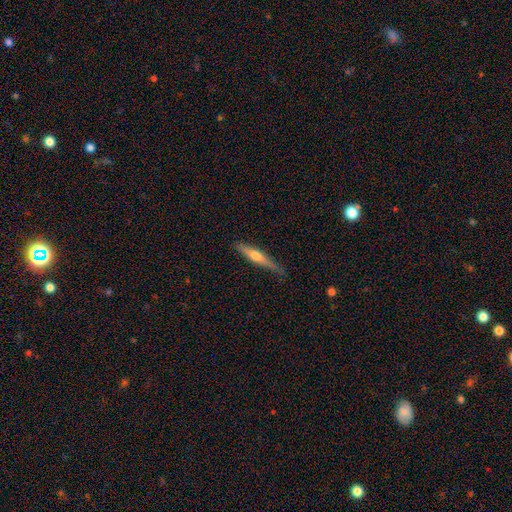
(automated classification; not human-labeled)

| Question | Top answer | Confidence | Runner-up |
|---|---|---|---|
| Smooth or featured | featured or disk | 53% | smooth (41%) |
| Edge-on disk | yes | 96% | no (4%) |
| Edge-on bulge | rounded | 88% | none (8%) |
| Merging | none | 80% | minor disturbance (16%) |